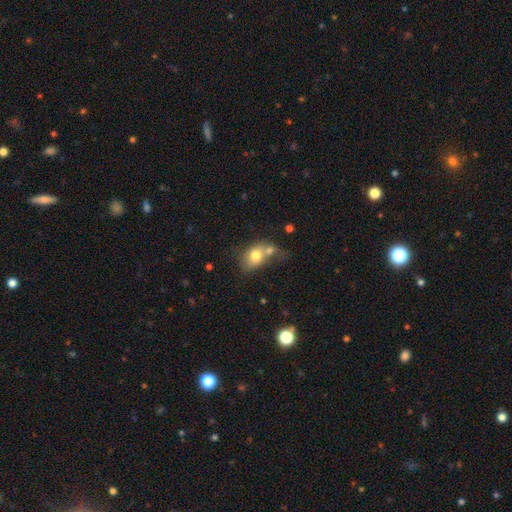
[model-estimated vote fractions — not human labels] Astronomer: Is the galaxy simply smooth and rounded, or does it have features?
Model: smooth — 73%.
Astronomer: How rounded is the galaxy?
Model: in between — 63%.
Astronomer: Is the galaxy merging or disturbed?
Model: merger — 50% (runner-up: none, 28%).